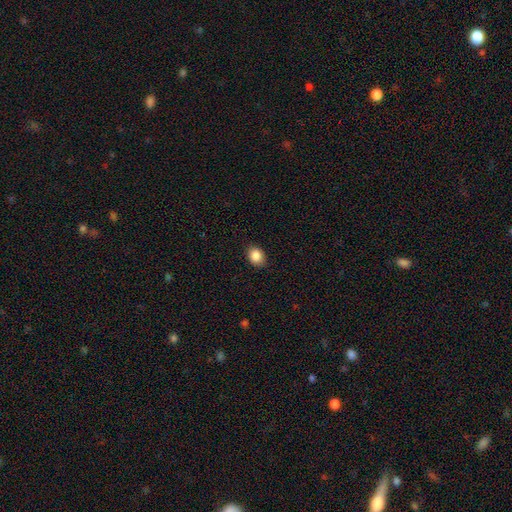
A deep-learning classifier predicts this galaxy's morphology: smooth_or_featured: smooth (p=0.87) [alt: star or artifact p=0.08]
how_rounded: in between (p=0.64) [alt: round p=0.35]
merging: none (p=0.87) [alt: minor disturbance p=0.10]